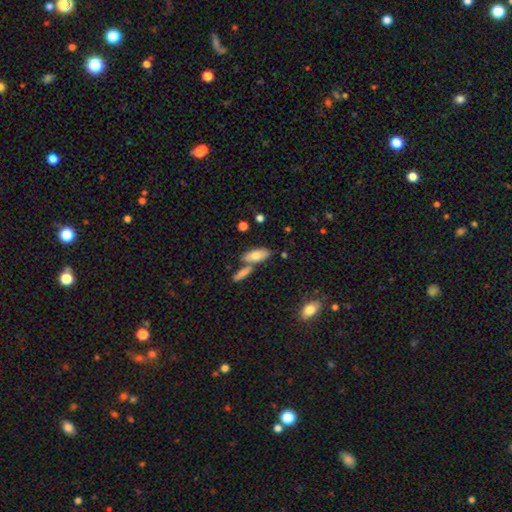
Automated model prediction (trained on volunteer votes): smooth 76%, featured or disk 18%, star or artifact 7%. Down the decision tree: how rounded — in between (80%); merging — none (58%).